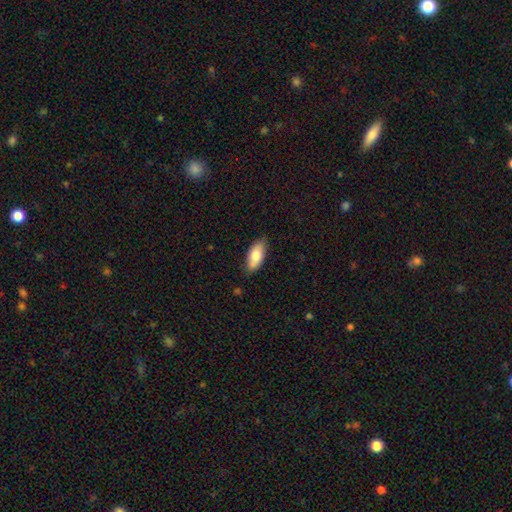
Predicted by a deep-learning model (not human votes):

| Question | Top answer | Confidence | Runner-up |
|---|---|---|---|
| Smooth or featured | smooth | 76% | featured or disk (18%) |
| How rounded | in between | 86% | cigar-shaped (11%) |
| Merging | none | 81% | minor disturbance (15%) |